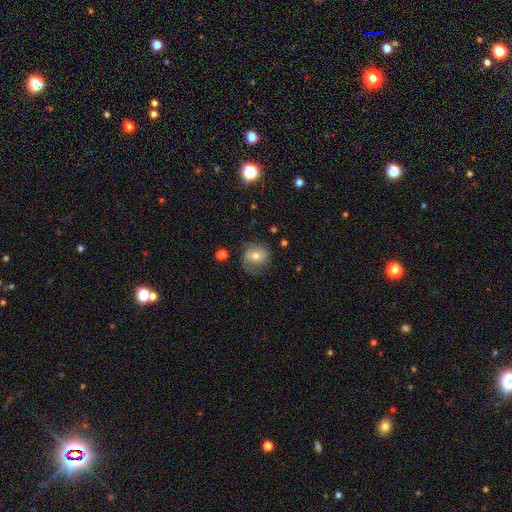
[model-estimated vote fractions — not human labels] This is possibly a smooth galaxy (46%). Merging: possibly none (55%).